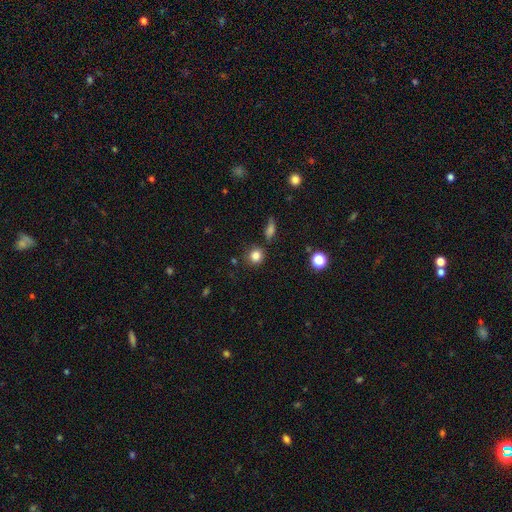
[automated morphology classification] A smooth galaxy with no disk features (84%) that is round (84%). Merging: none (80%).